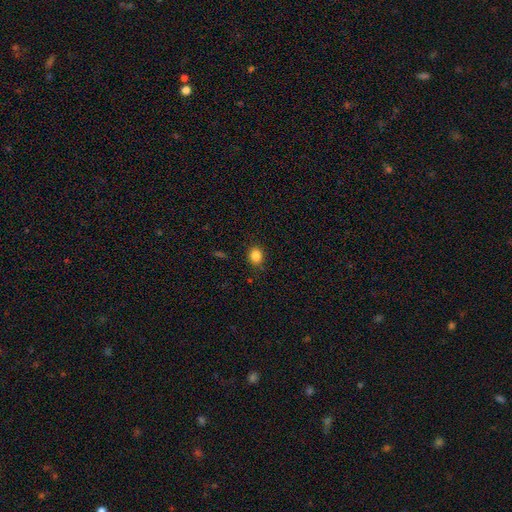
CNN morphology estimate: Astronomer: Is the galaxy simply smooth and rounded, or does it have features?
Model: smooth — 85%.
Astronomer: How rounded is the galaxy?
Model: round — 66%.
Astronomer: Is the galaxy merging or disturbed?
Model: none — 85%.